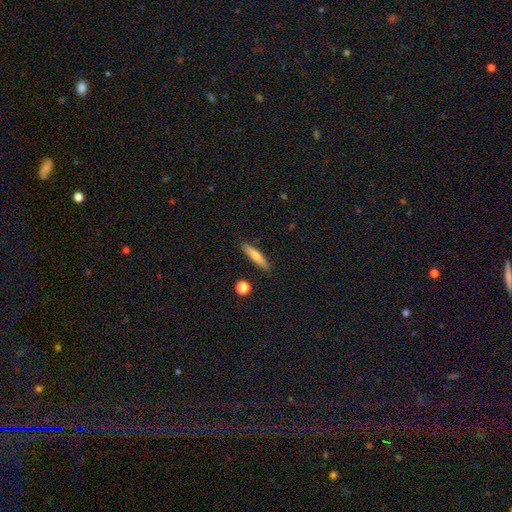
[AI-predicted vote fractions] This is likely a smooth galaxy (68%). How rounded: clearly cigar-shaped (87%). Merging: clearly none (87%).